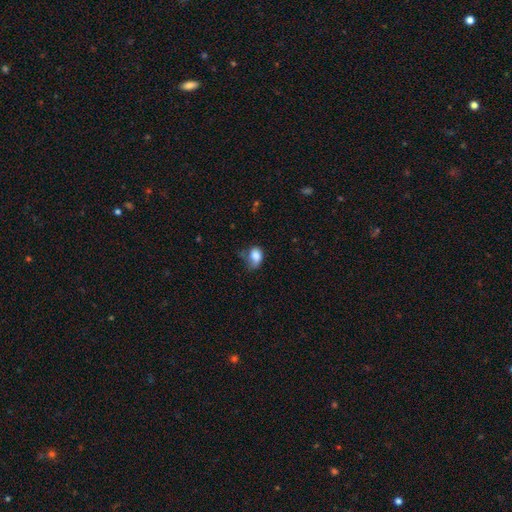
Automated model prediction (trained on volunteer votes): Smooth or featured: smooth — 82% (featured or disk — 10%)
How rounded: in between — 75% (round — 24%)
Merging: minor disturbance — 37% (none — 33%)